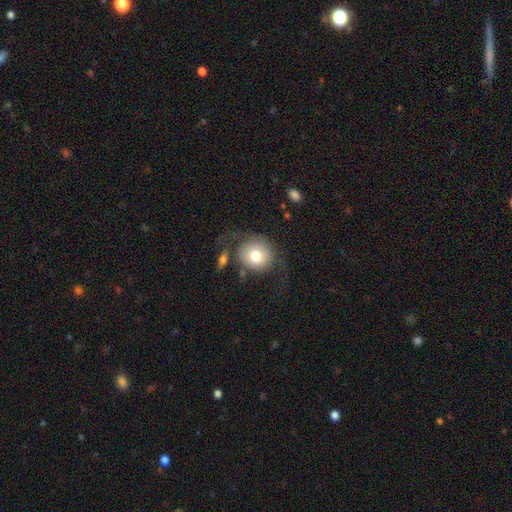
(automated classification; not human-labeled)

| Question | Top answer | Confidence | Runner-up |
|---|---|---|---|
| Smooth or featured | smooth | 67% | featured or disk (25%) |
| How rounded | round | 87% | in between (12%) |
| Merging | none | 54% | major disturbance (23%) |